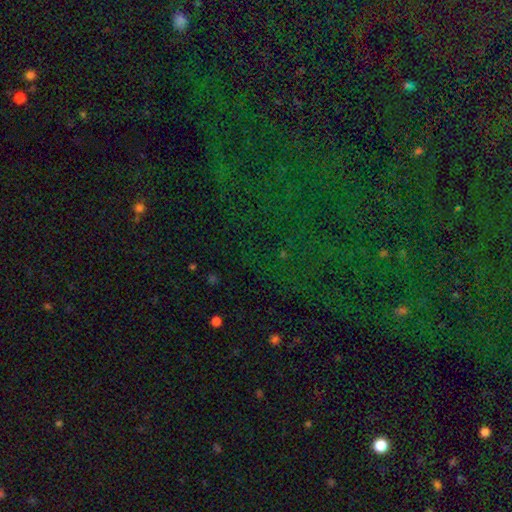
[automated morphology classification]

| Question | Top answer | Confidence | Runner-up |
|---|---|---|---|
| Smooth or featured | star or artifact | 80% | smooth (12%) |